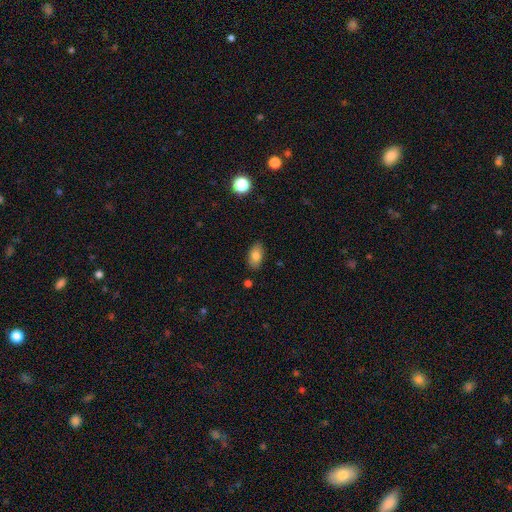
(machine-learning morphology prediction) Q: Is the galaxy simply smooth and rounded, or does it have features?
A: smooth — 80%.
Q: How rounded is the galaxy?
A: in between — 91%.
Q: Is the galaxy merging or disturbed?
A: none — 86%.